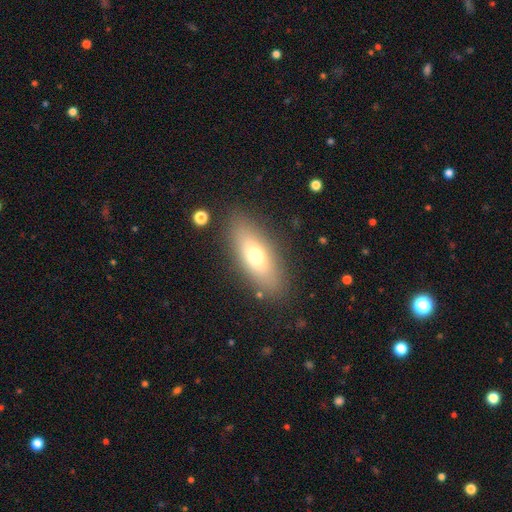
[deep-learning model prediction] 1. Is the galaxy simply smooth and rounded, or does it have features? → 64% smooth, 28% featured or disk, 8% star or artifact.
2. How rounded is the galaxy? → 68% in between, 28% cigar-shaped, 3% round.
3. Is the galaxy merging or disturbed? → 85% none, 10% minor disturbance, 3% major disturbance, 2% merger.